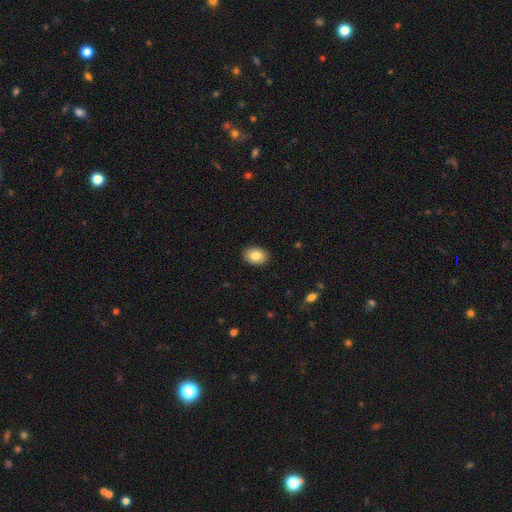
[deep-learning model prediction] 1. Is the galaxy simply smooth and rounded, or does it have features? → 83% smooth, 9% featured or disk, 8% star or artifact.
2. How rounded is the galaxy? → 75% in between, 24% round, 1% cigar-shaped.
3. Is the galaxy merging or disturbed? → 90% none, 7% minor disturbance, 2% major disturbance, 1% merger.